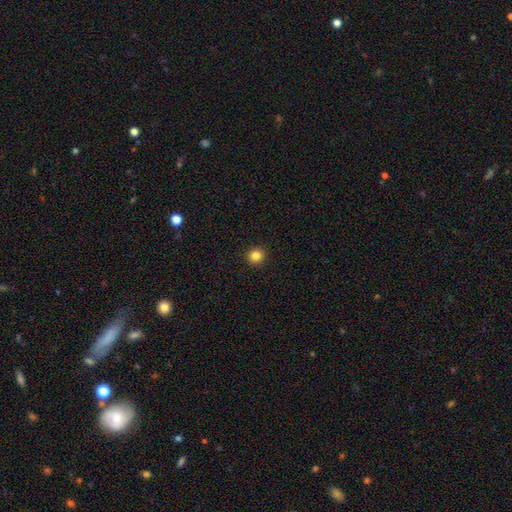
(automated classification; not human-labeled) Smooth or featured?
  - smooth: 84% *
  - star or artifact: 12%
  - featured or disk: 4%
How rounded?
  - round: 92% *
  - in between: 7%
  - cigar-shaped: 1%
Merging?
  - none: 93% *
  - minor disturbance: 4%
  - major disturbance: 2%
  - merger: 1%